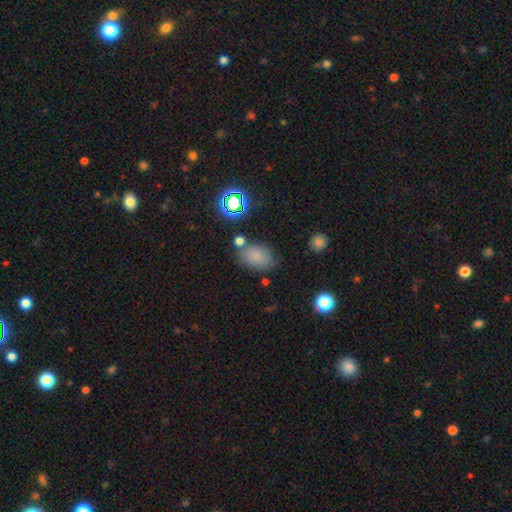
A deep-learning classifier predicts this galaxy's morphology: type=smooth (77%); roundness=in between (81%); merging=none (68%).